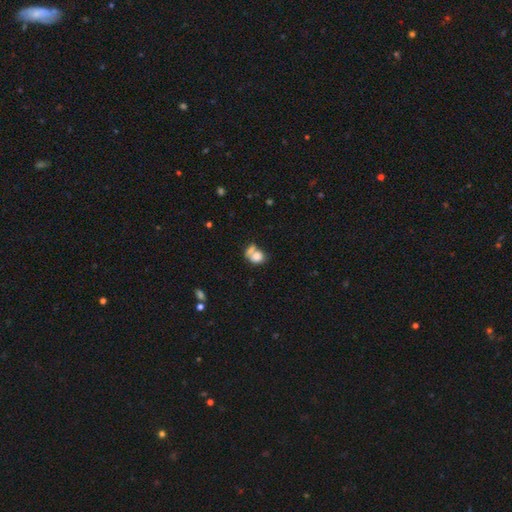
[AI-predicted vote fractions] A smooth galaxy with no disk features (76%) that is in between round and cigar-shaped (52%). Merging: merger (53%).